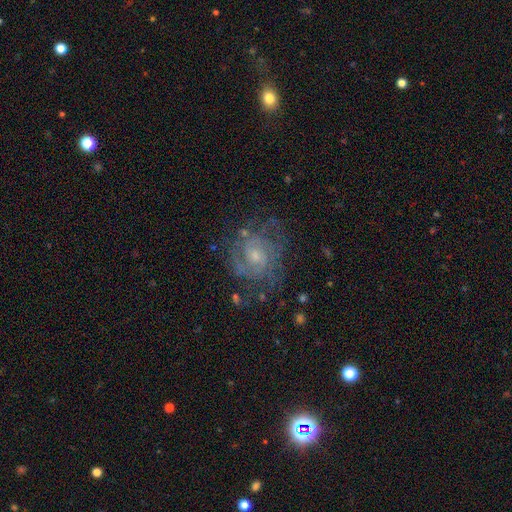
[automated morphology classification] featured or disk 81%, smooth 11%, star or artifact 8%. Down the decision tree: edge-on disk — no (98%); bar — no (64%); spiral arms — yes (92%); spiral arm count — 2 (38%); spiral winding — tight (53%); bulge size — small (60%); merging — none (67%).